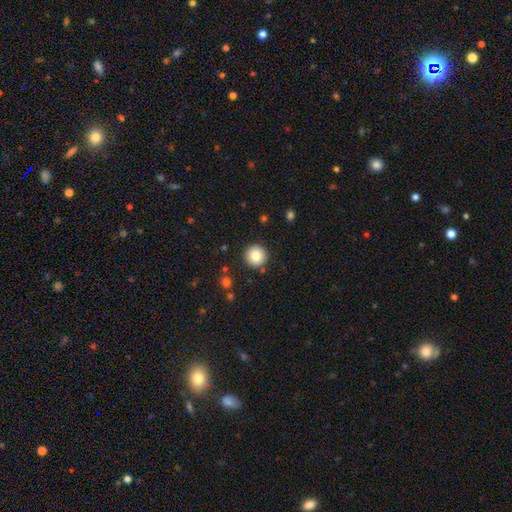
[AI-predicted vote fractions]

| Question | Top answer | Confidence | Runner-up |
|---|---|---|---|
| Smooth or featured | smooth | 82% | star or artifact (10%) |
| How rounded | round | 96% | in between (3%) |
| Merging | none | 91% | minor disturbance (6%) |